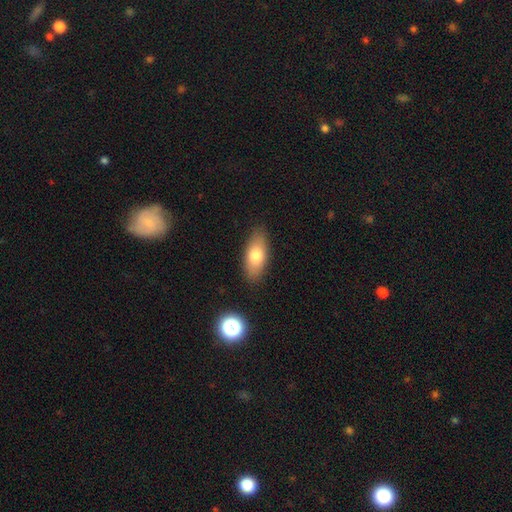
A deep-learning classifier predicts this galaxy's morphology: smooth_or_featured: smooth (p=0.74) [alt: featured or disk p=0.19]
how_rounded: in between (p=0.84) [alt: cigar-shaped p=0.12]
merging: none (p=0.85) [alt: minor disturbance p=0.11]